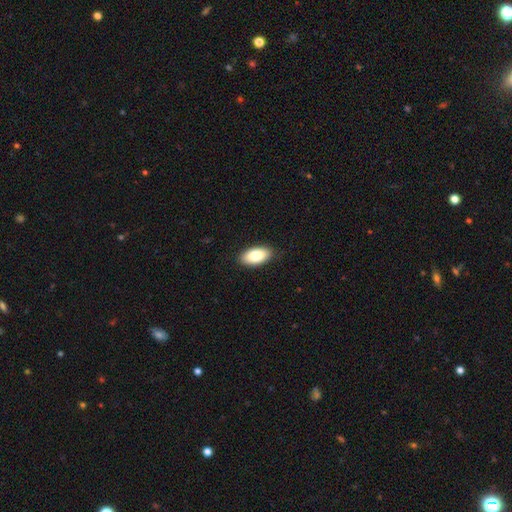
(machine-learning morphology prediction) smooth_or_featured: smooth (p=0.82) [alt: featured or disk p=0.11]
how_rounded: in between (p=0.94) [alt: cigar-shaped p=0.03]
merging: none (p=0.88) [alt: minor disturbance p=0.09]